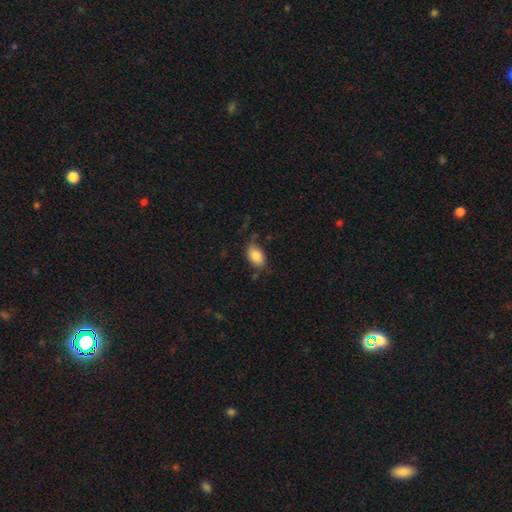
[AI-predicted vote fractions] smooth 84%, featured or disk 8%, star or artifact 8%. Down the decision tree: how rounded — in between (89%); merging — none (68%).